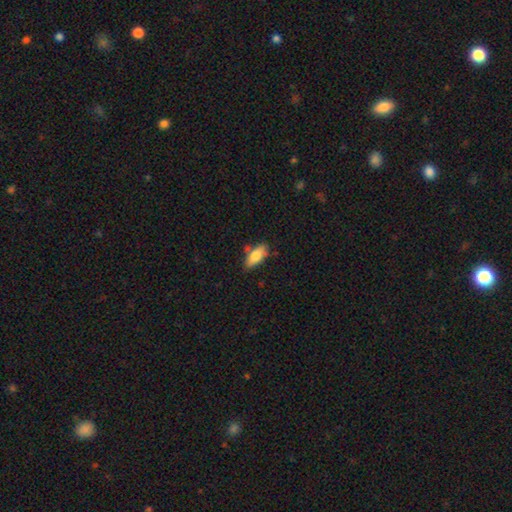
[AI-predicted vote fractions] A smooth galaxy with no disk features (76%) that is in between round and cigar-shaped (80%).

Vote fractions:
- Smooth or featured? smooth: 76% / featured or disk: 17% / star or artifact: 7%
- How rounded? in between: 80% / cigar-shaped: 17% / round: 3%
- Merging? none: 70% / minor disturbance: 20% / merger: 7% / major disturbance: 4%